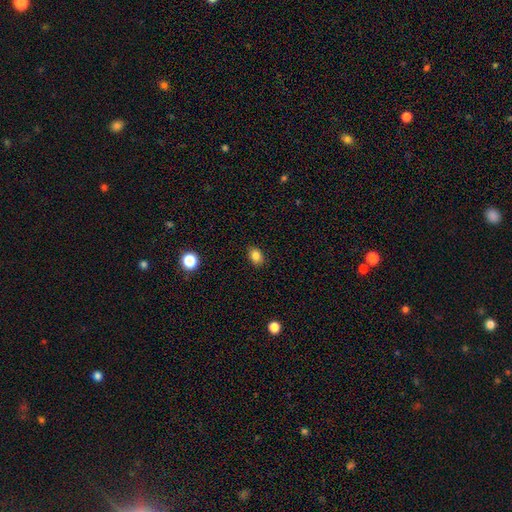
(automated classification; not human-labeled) smooth-or-featured: smooth: 83% | star or artifact: 11% | featured or disk: 6%
  how-rounded: in between: 68% | round: 31% | cigar-shaped: 1%
  merging: none: 88% | minor disturbance: 9% | major disturbance: 2% | merger: 1%